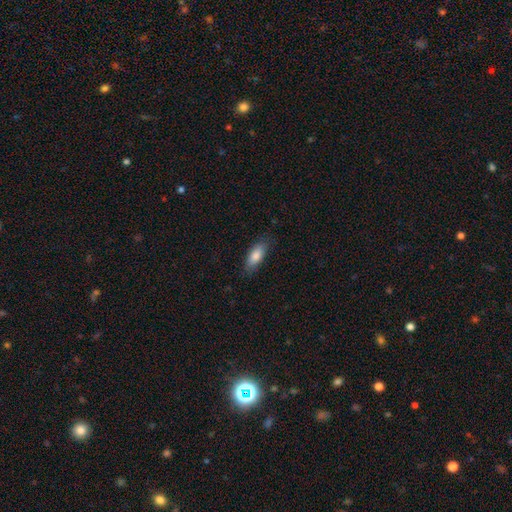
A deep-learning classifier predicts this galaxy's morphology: smooth 82%, featured or disk 11%, star or artifact 6%. Down the decision tree: how rounded — in between (76%); merging — none (82%).